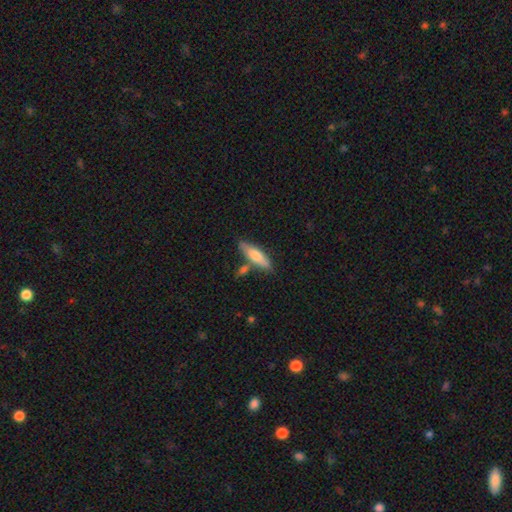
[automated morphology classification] Smooth or featured: smooth — 65% (featured or disk — 30%)
How rounded: cigar-shaped — 62% (in between — 36%)
Merging: none — 71% (minor disturbance — 14%)